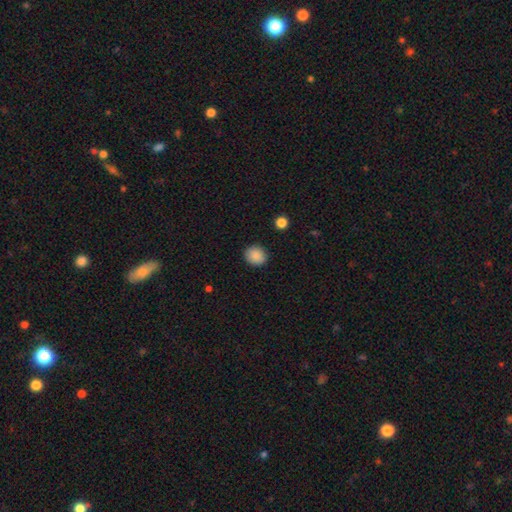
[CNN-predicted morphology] A smooth galaxy with no disk features (89%) that is round (77%).

Vote fractions:
- Smooth or featured? smooth: 89% / star or artifact: 8% / featured or disk: 3%
- How rounded? round: 77% / in between: 22% / cigar-shaped: 1%
- Merging? none: 90% / minor disturbance: 7% / major disturbance: 2% / merger: 1%